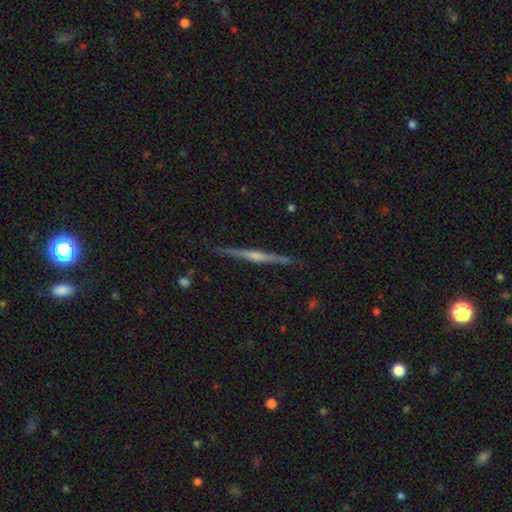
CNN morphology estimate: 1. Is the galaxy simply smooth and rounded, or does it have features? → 74% featured or disk, 19% smooth, 6% star or artifact.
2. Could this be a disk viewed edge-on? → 98% yes, 2% no.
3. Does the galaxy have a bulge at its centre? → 60% rounded, 25% none, 15% boxy.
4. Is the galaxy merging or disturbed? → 87% none, 10% minor disturbance, 2% major disturbance, 1% merger.